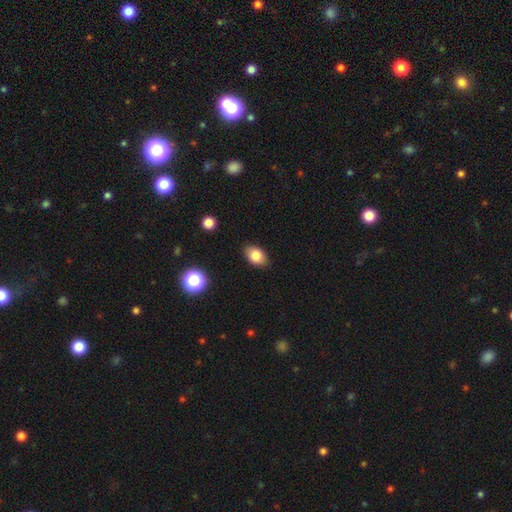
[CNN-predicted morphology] This is clearly a smooth galaxy (83%). How rounded: clearly in between (85%). Merging: clearly none (86%).